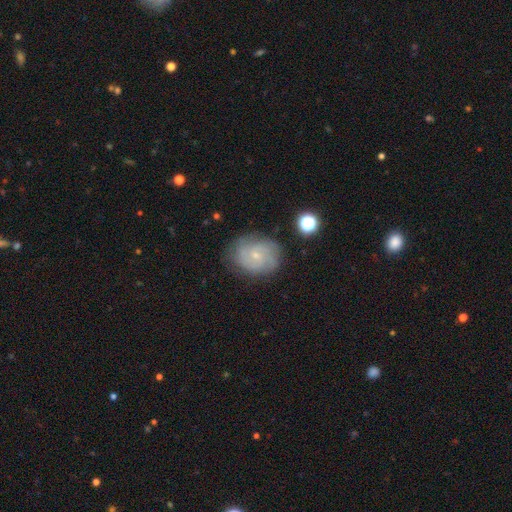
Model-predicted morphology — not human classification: The model was most divided on "spiral arm count": can't tell: 42%, 2: 27%, 3: 16%, 4: 7%, 1: 4%, more than 4: 4%. More confident: edge-on disk — no (97%); spiral arms — yes (86%); bulge size — small (78%); merging — none (75%); bar — no (73%); smooth or featured — featured or disk (60%); spiral winding — tight (54%).